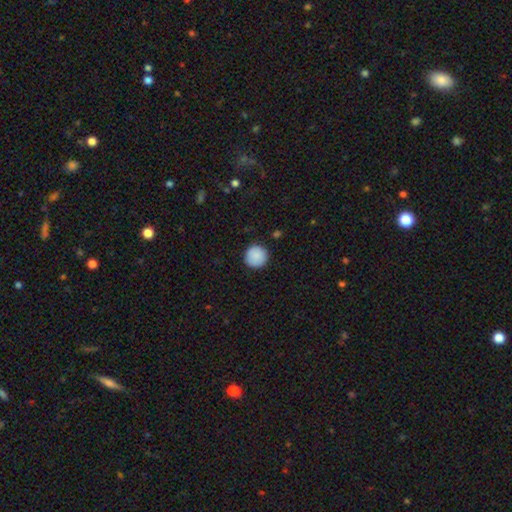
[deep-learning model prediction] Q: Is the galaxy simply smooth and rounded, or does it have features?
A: smooth — 89%.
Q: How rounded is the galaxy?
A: round — 96%.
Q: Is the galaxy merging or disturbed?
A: none — 91%.